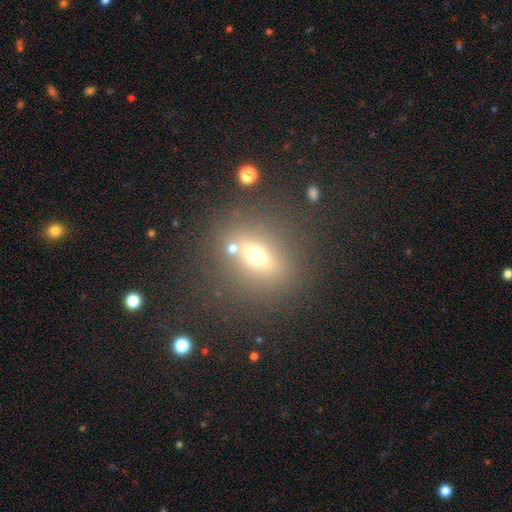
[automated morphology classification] This appears to be a smooth galaxy with no disk features (55%) that is in between round and cigar-shaped (53%). Merging: none (75%).